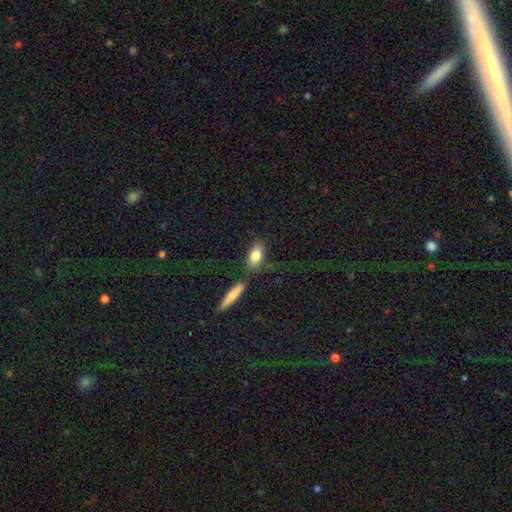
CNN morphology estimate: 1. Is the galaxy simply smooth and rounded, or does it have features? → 82% smooth, 11% featured or disk, 7% star or artifact.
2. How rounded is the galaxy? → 83% in between, 11% cigar-shaped, 6% round.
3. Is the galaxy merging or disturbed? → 70% none, 14% merger, 12% minor disturbance, 4% major disturbance.